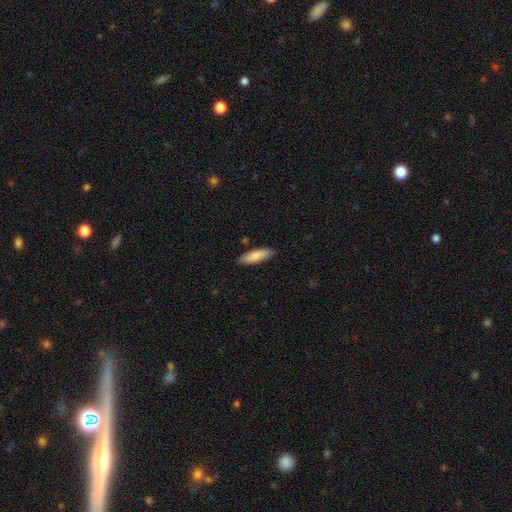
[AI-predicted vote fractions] Smooth or featured? smooth (82%)
How rounded? cigar-shaped (51%)
Merging? none (87%)